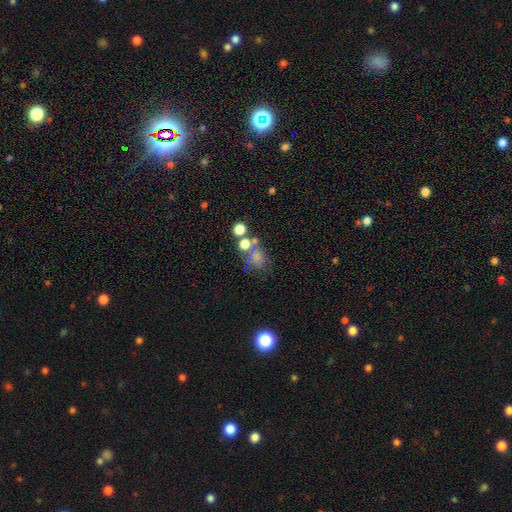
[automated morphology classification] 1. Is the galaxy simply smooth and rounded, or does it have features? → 55% smooth, 24% star or artifact, 21% featured or disk.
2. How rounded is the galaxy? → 69% round, 29% in between, 1% cigar-shaped.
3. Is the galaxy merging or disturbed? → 44% none, 26% merger, 16% minor disturbance, 15% major disturbance.